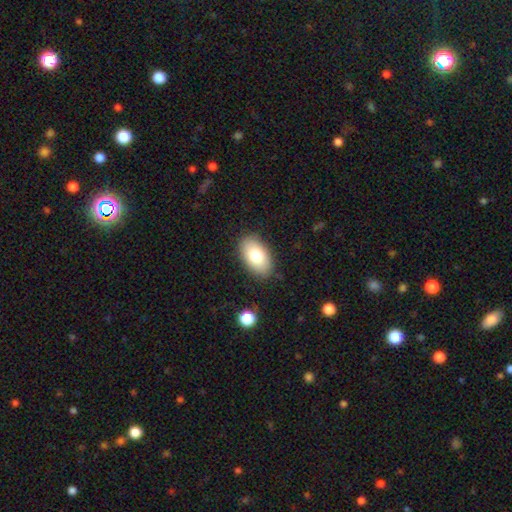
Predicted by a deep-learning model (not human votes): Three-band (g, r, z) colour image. It shows a smooth galaxy with no disk features (77%) that is in between round and cigar-shaped (93%). Merging: none (86%).